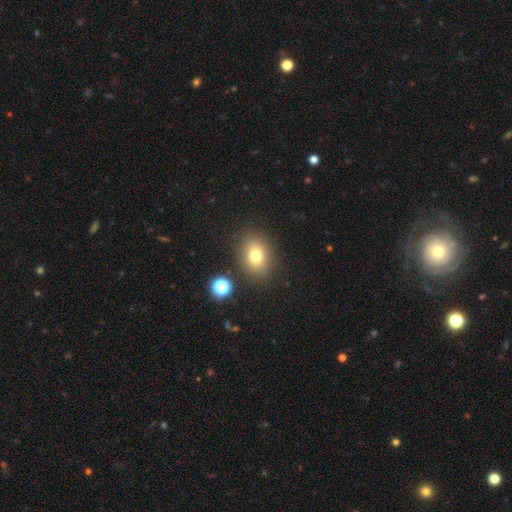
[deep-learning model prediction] This is likely a smooth galaxy (76%). How rounded: possibly in between (59%). Merging: clearly none (84%).